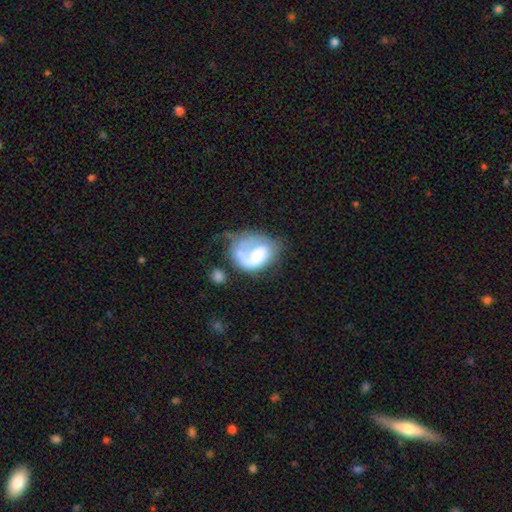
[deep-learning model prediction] The model was most divided on "merging": major disturbance: 35%, none: 34%, minor disturbance: 23%, merger: 9%. Remaining: edge-on disk — no (98%); spiral arms — yes (74%); bar — no (70%); smooth or featured — featured or disk (61%); bulge size — none (34%).